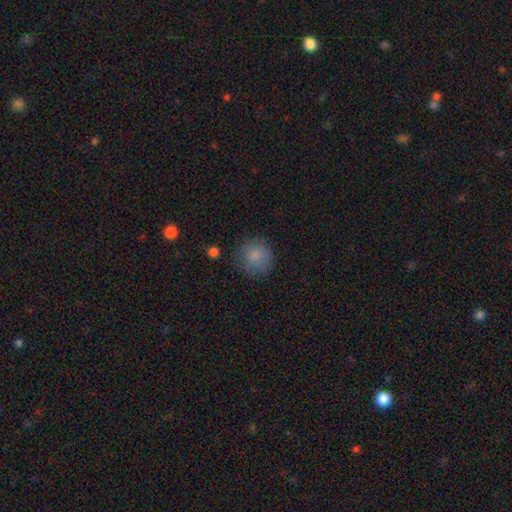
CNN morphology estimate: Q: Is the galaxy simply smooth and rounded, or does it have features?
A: smooth — 84%.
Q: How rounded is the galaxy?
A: round — 91%.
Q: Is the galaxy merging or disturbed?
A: none — 78%.